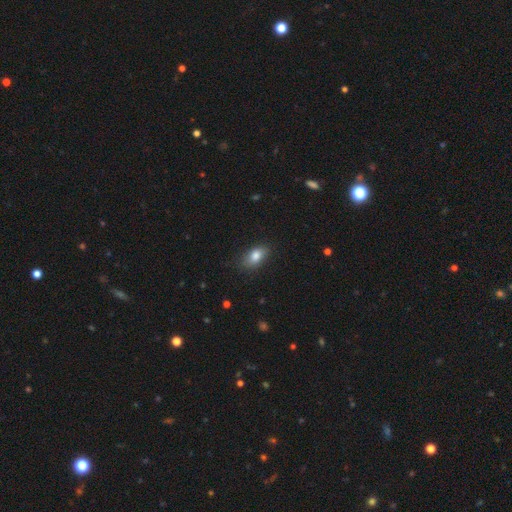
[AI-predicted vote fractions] This appears to be a smooth galaxy with no disk features (83%) that is in between round and cigar-shaped (88%). Merging: none (81%).